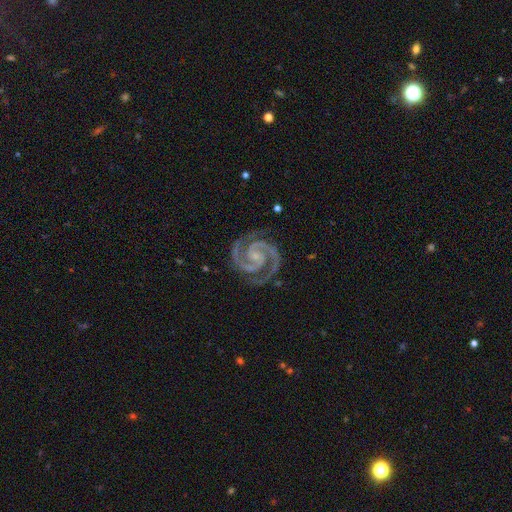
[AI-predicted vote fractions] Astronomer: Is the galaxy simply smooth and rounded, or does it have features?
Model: featured or disk — 95%.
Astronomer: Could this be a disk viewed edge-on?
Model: no — 98%.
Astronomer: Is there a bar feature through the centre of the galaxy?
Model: no — 55% (runner-up: weak, 31%).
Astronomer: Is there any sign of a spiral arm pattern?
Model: yes — 99%.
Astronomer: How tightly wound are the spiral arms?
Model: tight — 61%.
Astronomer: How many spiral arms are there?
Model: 2 — 94%.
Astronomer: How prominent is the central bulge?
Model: small — 61%.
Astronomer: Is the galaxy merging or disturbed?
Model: none — 83%.